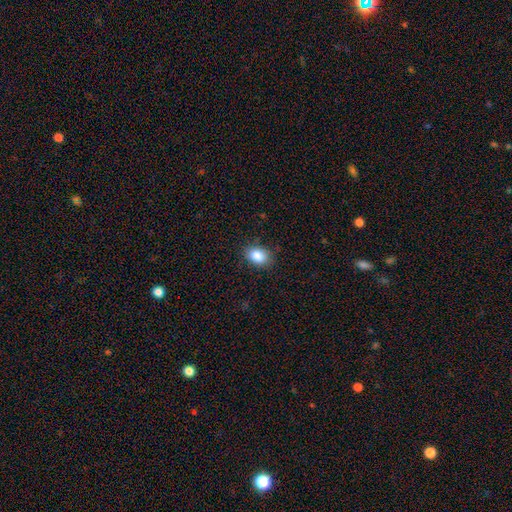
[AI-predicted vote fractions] A smooth galaxy with no disk features (86%) that is in between round and cigar-shaped (77%).

Vote fractions:
- Smooth or featured? smooth: 86% / star or artifact: 9% / featured or disk: 5%
- How rounded? in between: 77% / round: 22% / cigar-shaped: 1%
- Merging? none: 84% / minor disturbance: 12% / major disturbance: 3% / merger: 1%